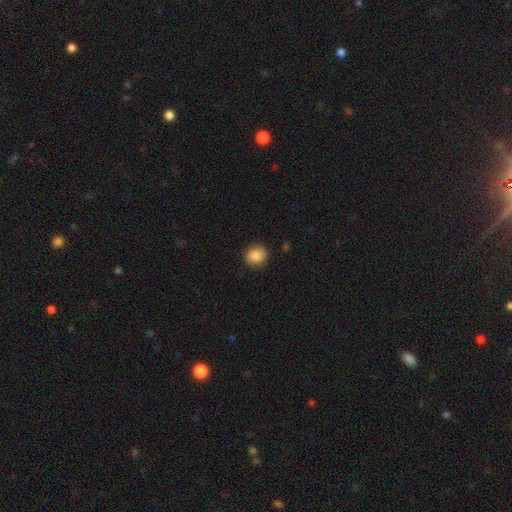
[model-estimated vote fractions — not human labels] Overall: smooth (85%). How rounded: round (84%). Merging: none (85%).